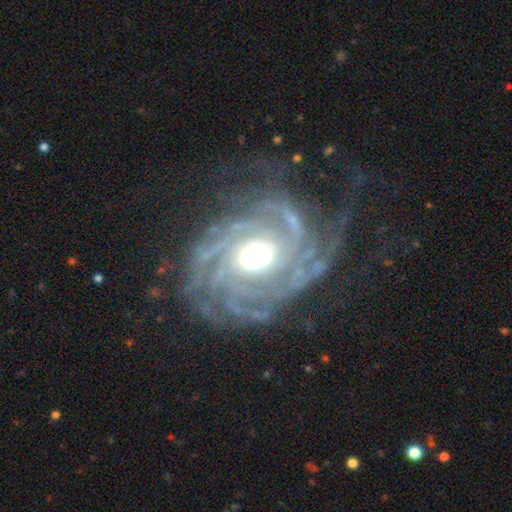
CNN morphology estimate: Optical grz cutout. It shows a featured or disk galaxy (91%) with no bar (73%), tight (74%) spiral arms (98%) and a moderate central bulge (67%). Merging: none (66%).